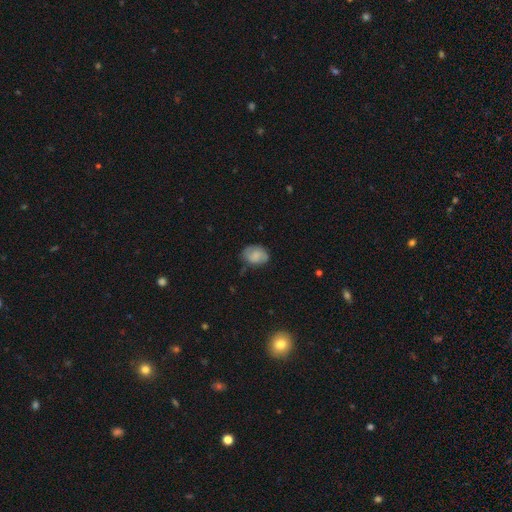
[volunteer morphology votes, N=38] smooth_or_featured: smooth (p=0.74) [alt: featured or disk p=0.18]
how_rounded: in between (p=0.71) [alt: round p=0.29]
merging: none (p=0.66) [alt: minor disturbance p=0.31]